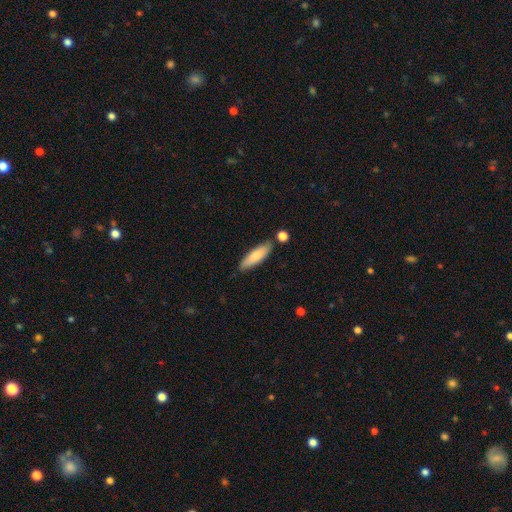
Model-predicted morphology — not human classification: This is likely a smooth galaxy (78%). How rounded: likely cigar-shaped (62%). Merging: likely none (78%).